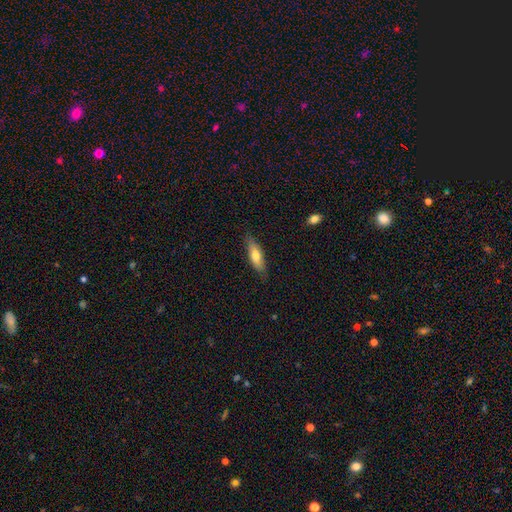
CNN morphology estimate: Overall: smooth (69%). How rounded: cigar-shaped (50%; in between 48%). Merging: none (82%).